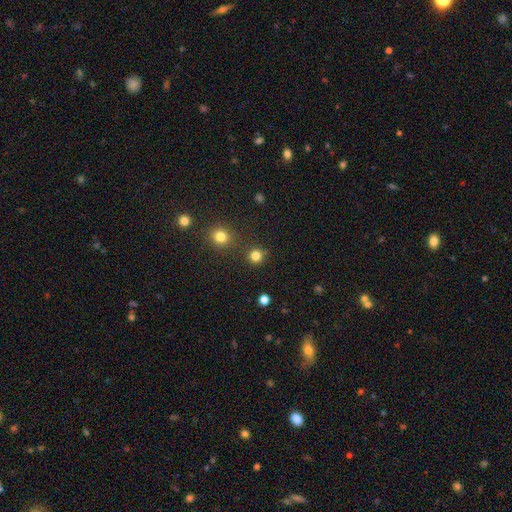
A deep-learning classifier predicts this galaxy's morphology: The model was most divided on "smooth or featured": smooth: 81%, star or artifact: 15%, featured or disk: 4%. More confident: how rounded — round (94%); merging — none (85%).